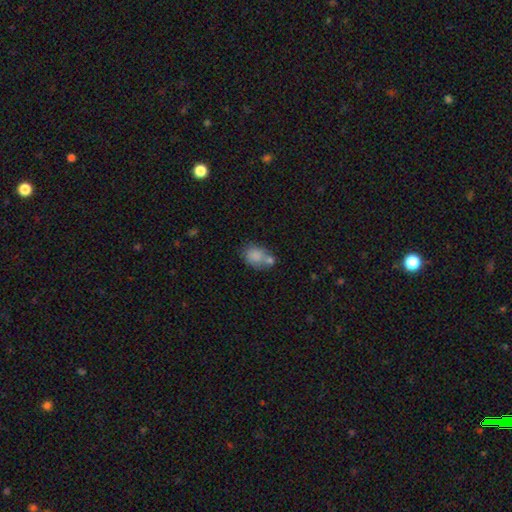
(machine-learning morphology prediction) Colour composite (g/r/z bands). It shows a smooth galaxy with no disk features (80%) that is in between round and cigar-shaped (61%). Merging: none (45%).